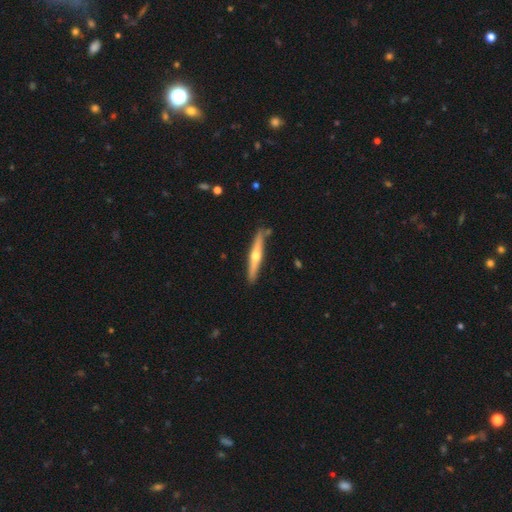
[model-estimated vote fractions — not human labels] smooth-or-featured: featured or disk: 63% | smooth: 32% | star or artifact: 5%
  disk-edge-on: yes: 96% | no: 4%
    edge-on-bulge: rounded: 91% | none: 7% | boxy: 2%
  merging: none: 86% | minor disturbance: 9% | merger: 3% | major disturbance: 2%